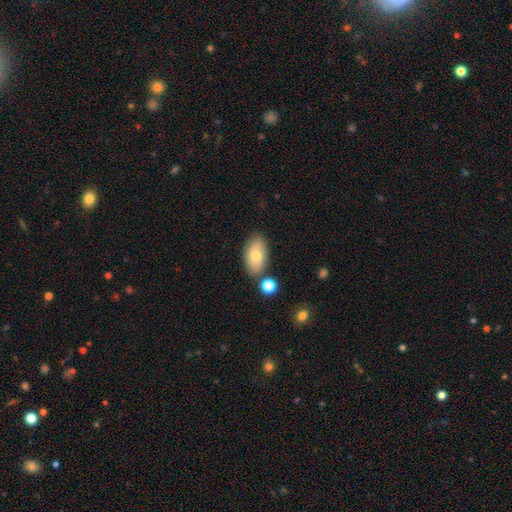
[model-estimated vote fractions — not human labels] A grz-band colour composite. It shows a smooth galaxy with no disk features (70%) that is in between round and cigar-shaped (92%). Merging: none (77%).